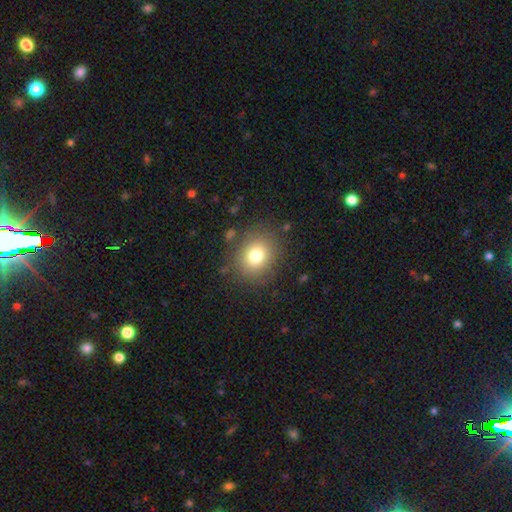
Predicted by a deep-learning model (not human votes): Morphology: type=smooth (78%); roundness=round (68%); merging=none (82%).